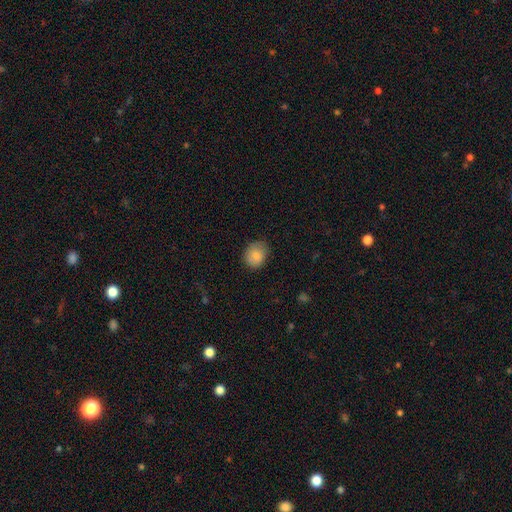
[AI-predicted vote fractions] This is clearly a smooth galaxy (83%). How rounded: possibly round (59%). Merging: likely none (77%).